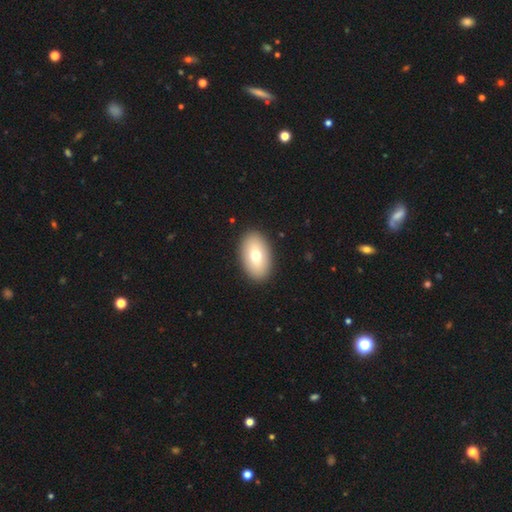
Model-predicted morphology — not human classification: A smooth galaxy with no disk features (72%) that is in between round and cigar-shaped (92%).

Vote fractions:
- Smooth or featured? smooth: 72% / featured or disk: 21% / star or artifact: 7%
- How rounded? in between: 92% / round: 6% / cigar-shaped: 1%
- Merging? none: 91% / minor disturbance: 6% / major disturbance: 2% / merger: 1%